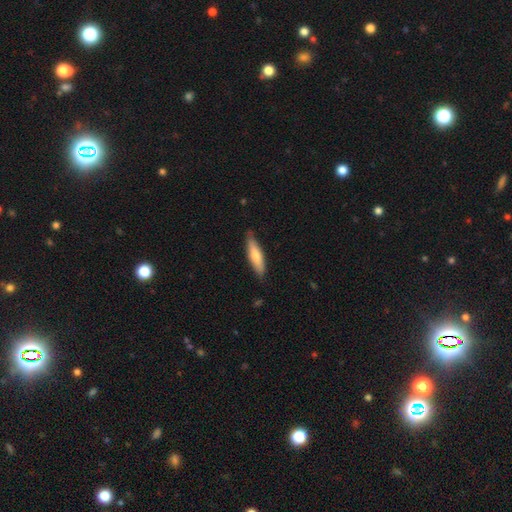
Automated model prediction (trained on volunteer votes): This appears to be a smooth galaxy with no disk features (68%) that is cigar-shaped (72%). Merging: none (82%).